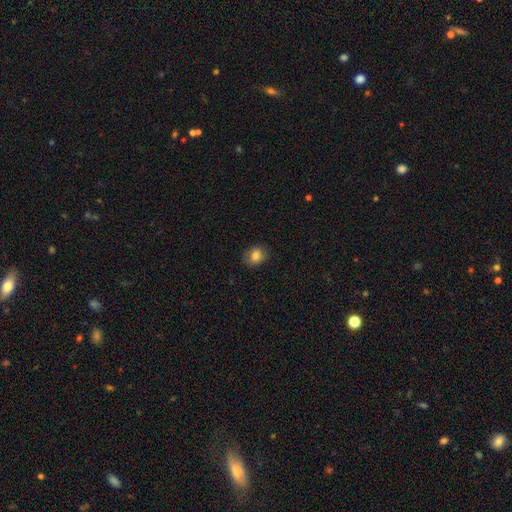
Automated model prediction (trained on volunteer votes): Overall: smooth (80%). How rounded: round (54%; in between 45%). Merging: none (81%).